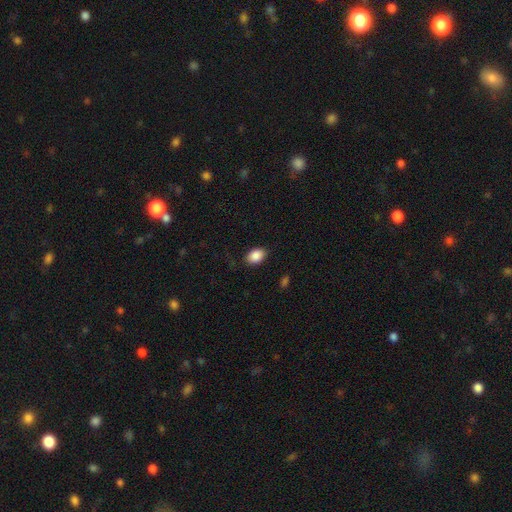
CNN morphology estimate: This appears to be a smooth galaxy with no disk features (88%) that is in between round and cigar-shaped (78%). Merging: none (83%).